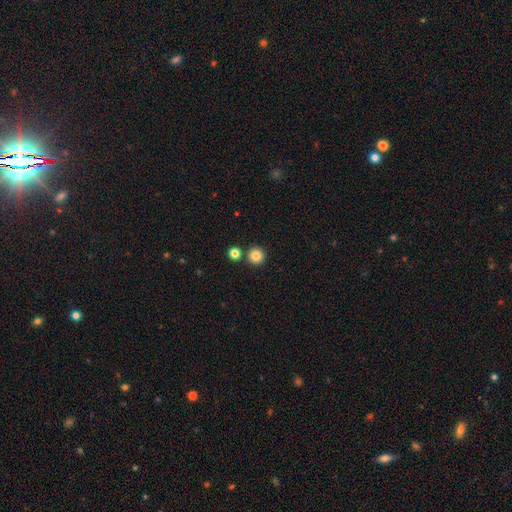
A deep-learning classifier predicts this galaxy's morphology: smooth_or_featured: smooth (p=0.84) [alt: star or artifact p=0.11]
how_rounded: round (p=0.95) [alt: in between p=0.04]
merging: none (p=0.85) [alt: merger p=0.08]